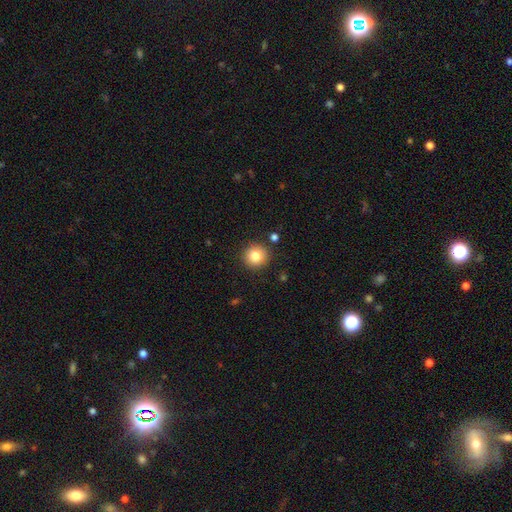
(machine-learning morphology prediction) Overall: smooth (82%). How rounded: round (93%). Merging: none (89%).